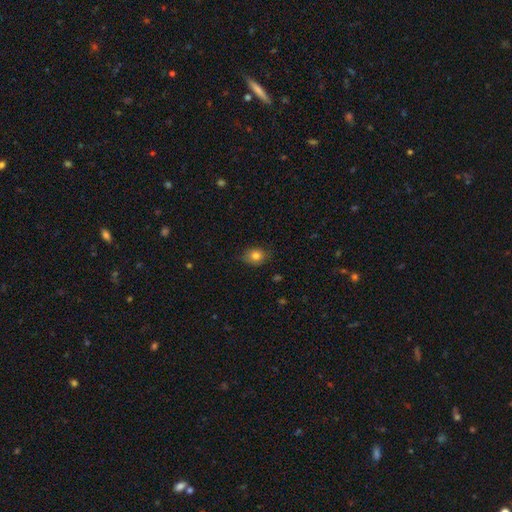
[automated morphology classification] smooth 80%, star or artifact 10%, featured or disk 9%. Down the decision tree: how rounded — round (52%); merging — none (76%).